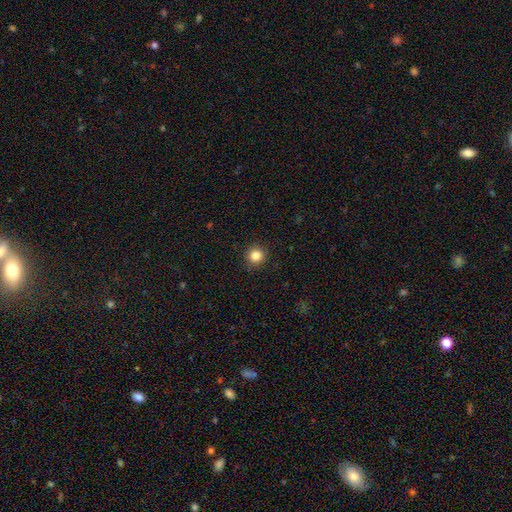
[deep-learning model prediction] A smooth galaxy with no disk features (84%) that is round (94%). Merging: none (91%).